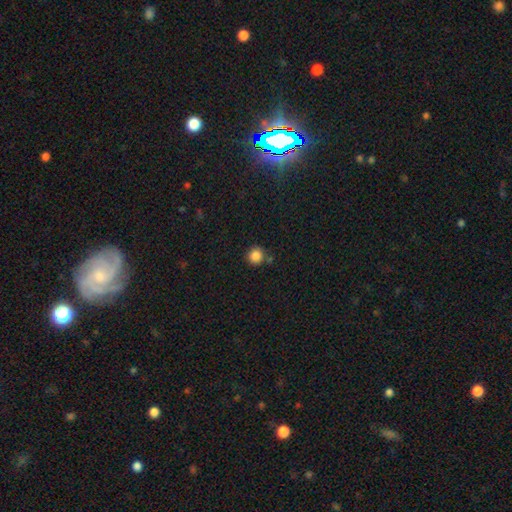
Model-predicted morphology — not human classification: Smooth or featured? smooth (86%)
How rounded? round (94%)
Merging? none (81%)